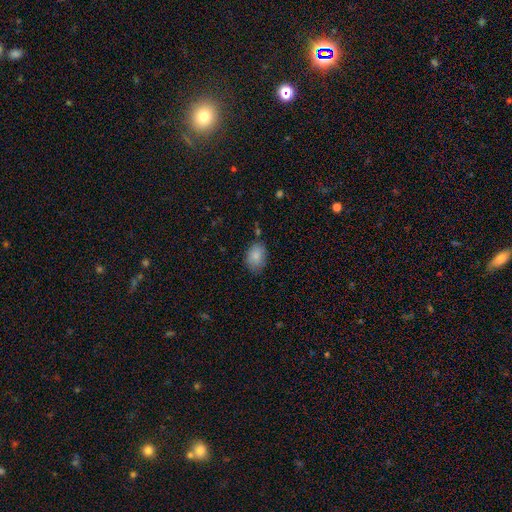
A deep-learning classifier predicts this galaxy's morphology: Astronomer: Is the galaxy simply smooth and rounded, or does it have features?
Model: smooth — 86%.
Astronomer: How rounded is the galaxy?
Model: in between — 82%.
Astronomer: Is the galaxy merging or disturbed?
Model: none — 74%.